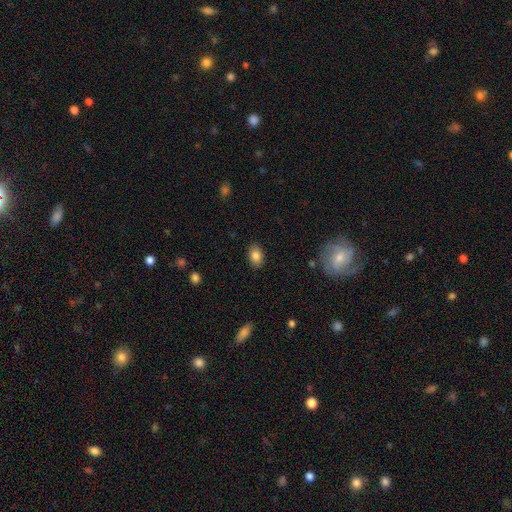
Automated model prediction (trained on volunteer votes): Overall: smooth (85%). How rounded: in between (83%). Merging: none (87%).